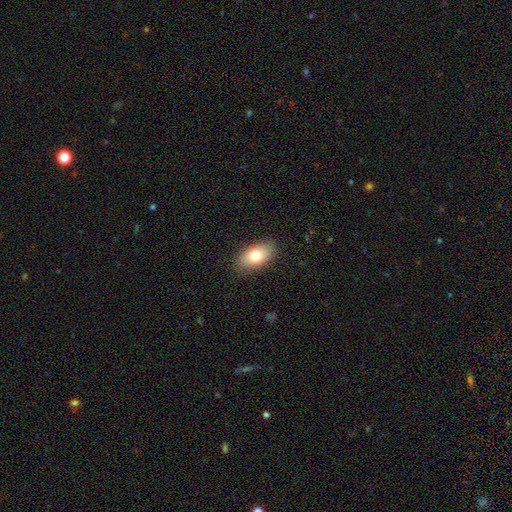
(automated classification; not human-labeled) smooth 80%, featured or disk 13%, star or artifact 7%. Down the decision tree: how rounded — in between (93%); merging — none (87%).